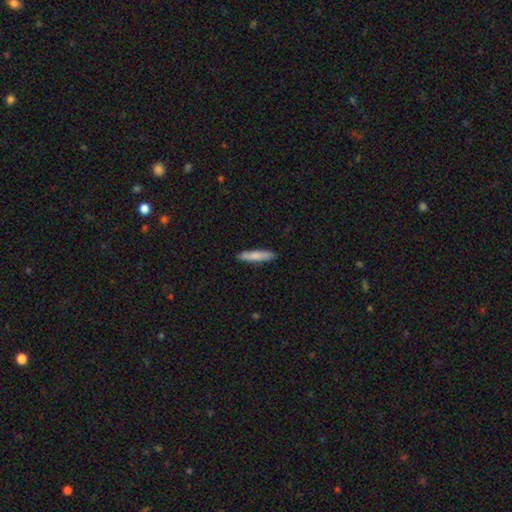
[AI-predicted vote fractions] Overall: smooth (81%). How rounded: cigar-shaped (88%). Merging: none (90%).